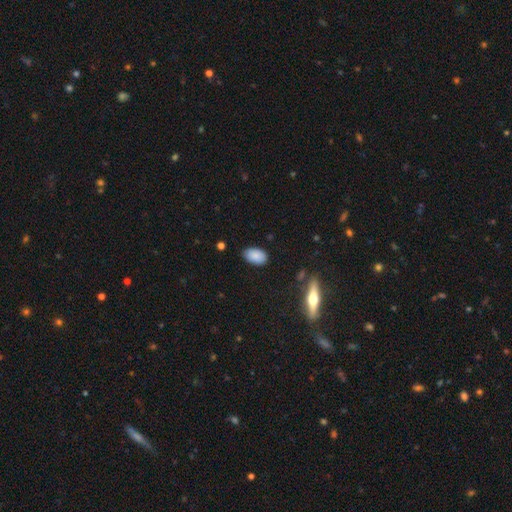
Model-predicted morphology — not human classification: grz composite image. It shows a smooth galaxy with no disk features (87%) that is in between round and cigar-shaped (93%). Merging: none (83%).